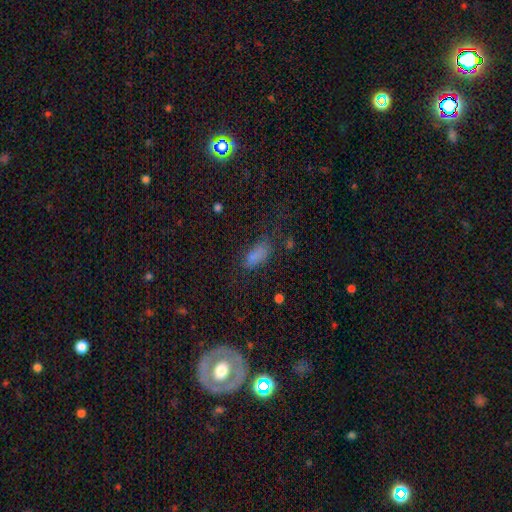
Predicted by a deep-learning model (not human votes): This is likely a smooth galaxy (76%). How rounded: clearly in between (82%). Merging: possibly none (55%).